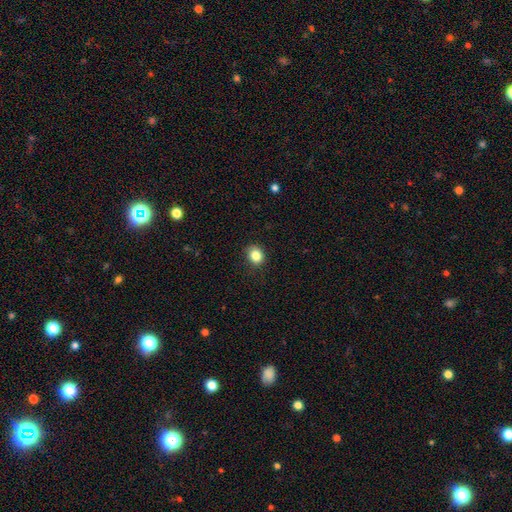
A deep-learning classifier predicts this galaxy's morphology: This appears to be a smooth galaxy with no disk features (85%) that is round (66%). Merging: none (86%).